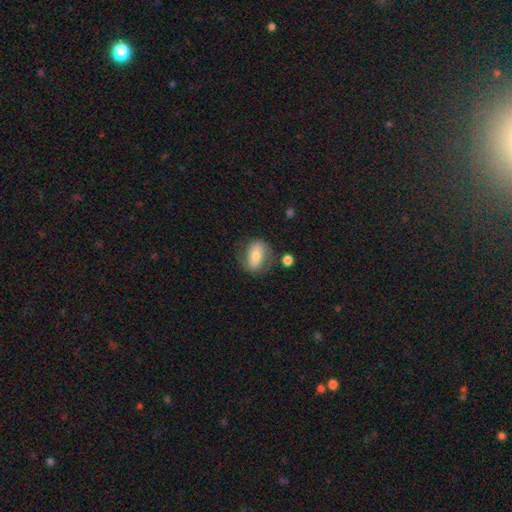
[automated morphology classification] smooth-or-featured: smooth: 53% | featured or disk: 39% | star or artifact: 7%
  how-rounded: in between: 77% | round: 20% | cigar-shaped: 3%
  merging: none: 67% | minor disturbance: 20% | major disturbance: 9% | merger: 4%